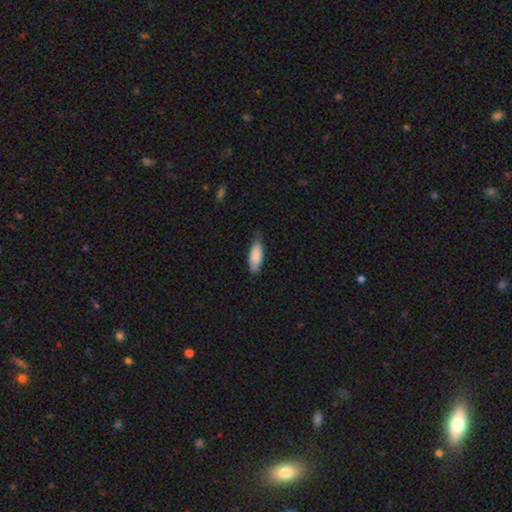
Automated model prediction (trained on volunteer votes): A smooth galaxy with no disk features (86%) that is in between round and cigar-shaped (74%).

Vote fractions:
- Smooth or featured? smooth: 86% / featured or disk: 9% / star or artifact: 6%
- How rounded? in between: 74% / cigar-shaped: 24% / round: 2%
- Merging? none: 67% / minor disturbance: 27% / major disturbance: 4% / merger: 1%